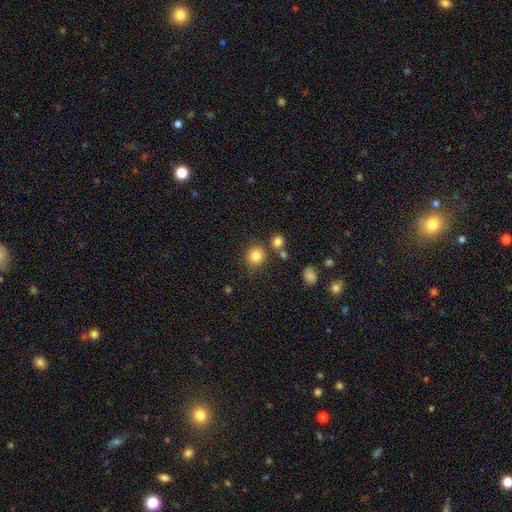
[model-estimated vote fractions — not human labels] Overall: smooth (83%). How rounded: round (86%). Merging: none (79%).